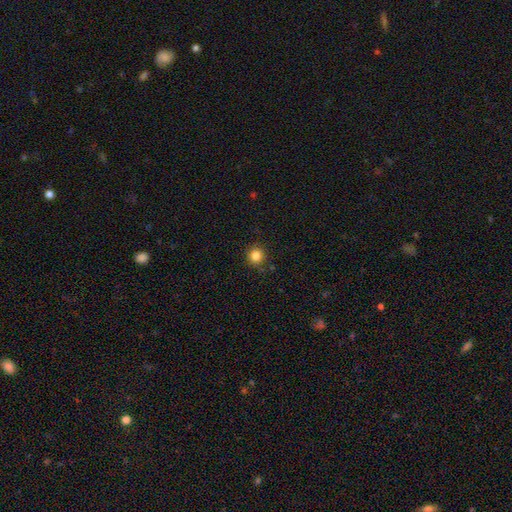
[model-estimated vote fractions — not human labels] Overall: smooth (84%). How rounded: round (93%). Merging: none (88%).